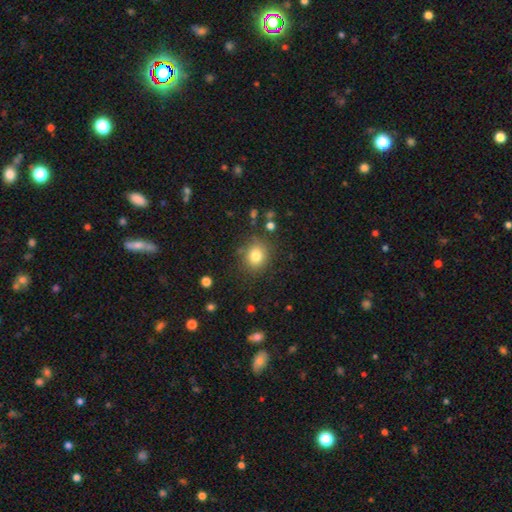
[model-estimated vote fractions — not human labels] Smooth or featured? smooth (80%)
How rounded? round (74%)
Merging? none (82%)